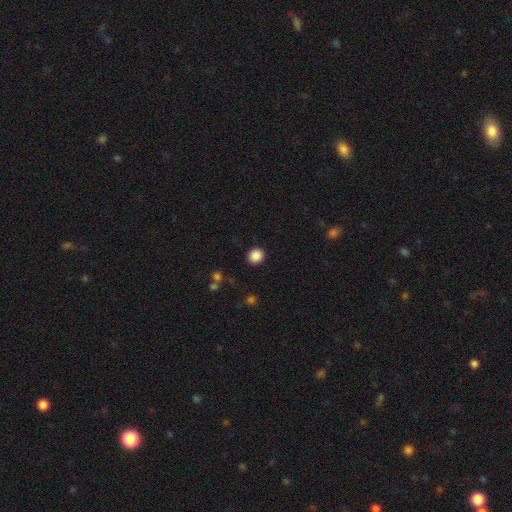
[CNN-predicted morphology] This appears to be a smooth galaxy with no disk features (87%) that is round (88%). Merging: none (92%).